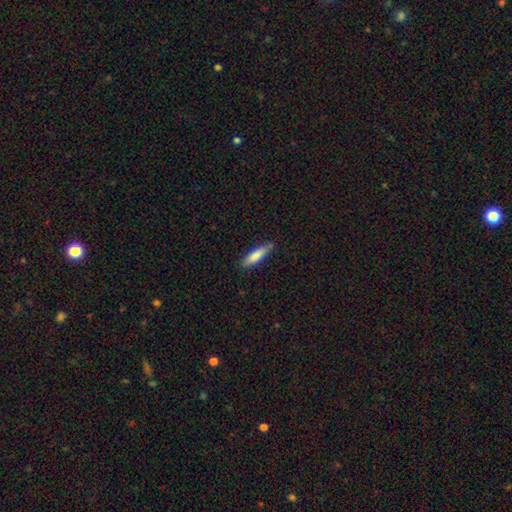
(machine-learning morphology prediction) This appears to be a smooth galaxy with no disk features (80%) that is cigar-shaped (72%). Merging: none (77%).